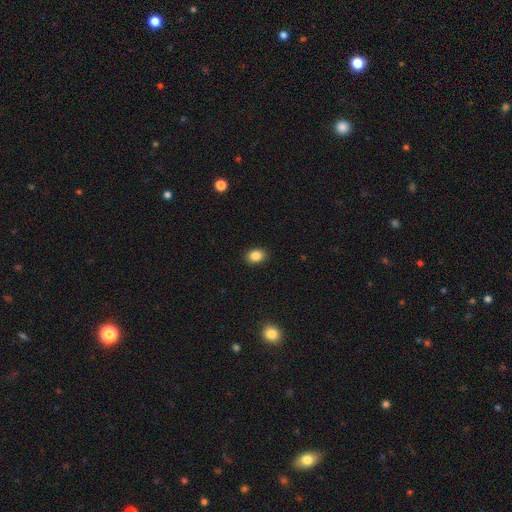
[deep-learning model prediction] smooth 86%, star or artifact 9%, featured or disk 5%. Down the decision tree: how rounded — in between (68%); merging — none (90%).